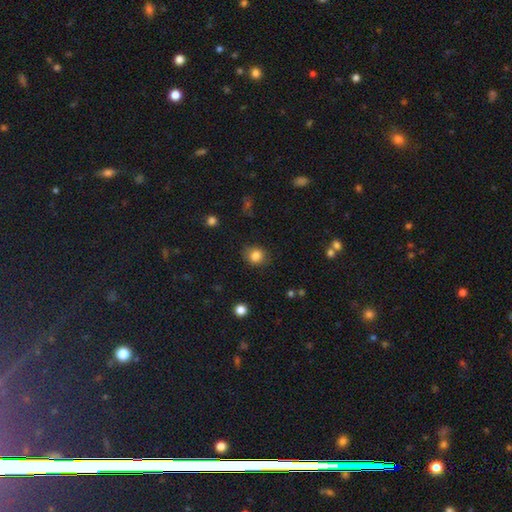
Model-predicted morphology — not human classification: smooth 85%, star or artifact 10%, featured or disk 5%. Down the decision tree: how rounded — round (73%); merging — none (80%).